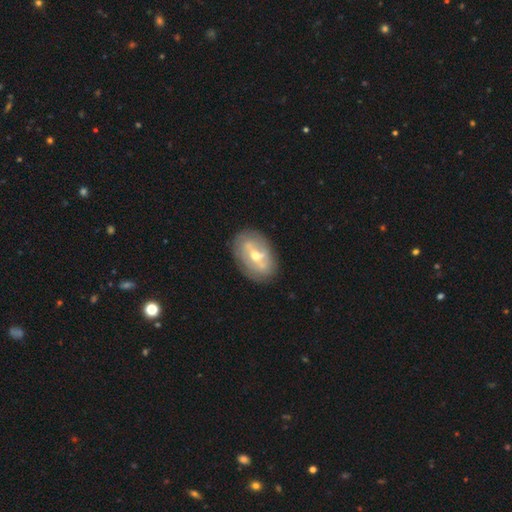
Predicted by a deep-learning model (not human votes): Smooth or featured? Predicted: featured or disk (p=0.64). Edge-on disk? Predicted: no (p=0.92). Bar? Predicted: weak (p=0.40). Spiral arms? Predicted: no (p=0.54). Bulge size? Predicted: moderate (p=0.61). Merging? Predicted: none (p=0.74).